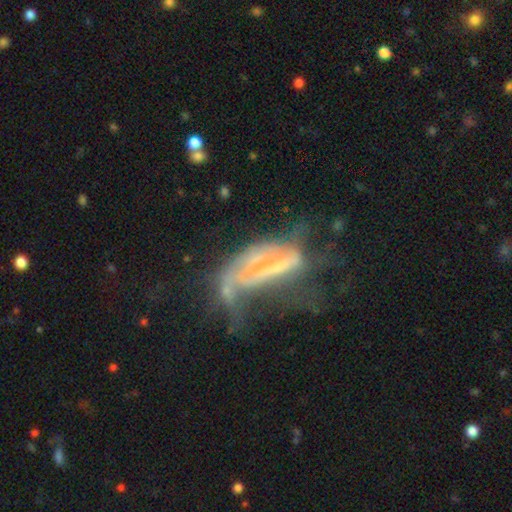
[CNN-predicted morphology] featured or disk 59%, smooth 28%, star or artifact 13%. Down the decision tree: edge-on disk — no (85%); merging — major disturbance (53%).